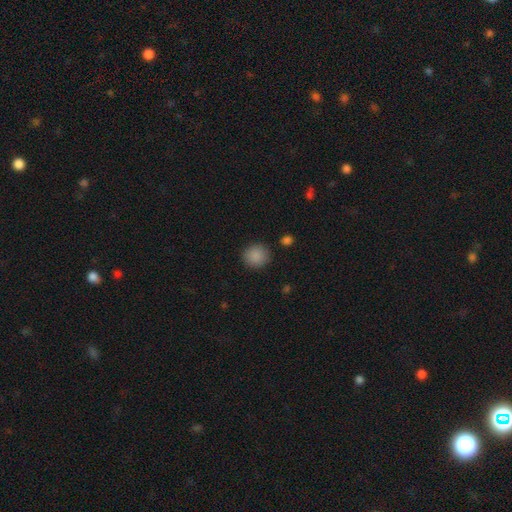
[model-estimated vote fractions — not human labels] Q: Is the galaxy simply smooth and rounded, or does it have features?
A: smooth — 88%.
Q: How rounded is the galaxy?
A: round — 89%.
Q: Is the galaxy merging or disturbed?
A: none — 89%.